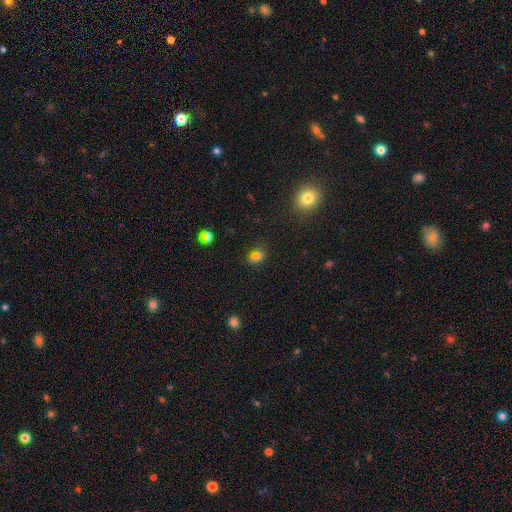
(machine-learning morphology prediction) A smooth galaxy with no disk features (64%) that is in between round and cigar-shaped (65%). Merging: none (70%).